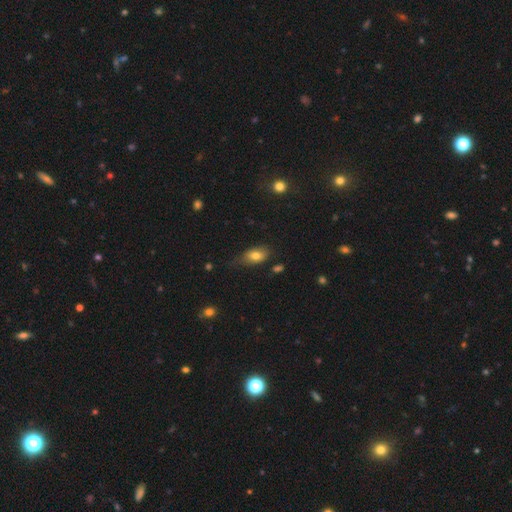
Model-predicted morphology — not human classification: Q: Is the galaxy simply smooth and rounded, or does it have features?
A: smooth — 78%.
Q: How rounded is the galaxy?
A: in between — 88%.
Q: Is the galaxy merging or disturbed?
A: none — 56%.